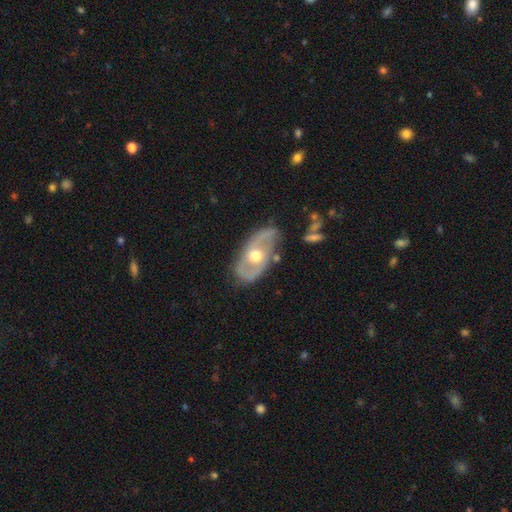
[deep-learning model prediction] Smooth or featured: featured or disk — 75% (smooth — 20%)
Edge-on disk: no — 91% (yes — 9%)
Bar: no — 70% (weak — 22%)
Spiral arms: yes — 65% (no — 35%)
Bulge size: moderate — 77% (small — 13%)
Merging: none — 72% (minor disturbance — 19%)